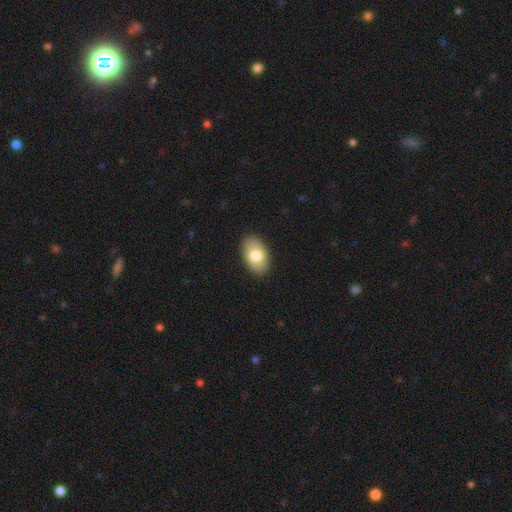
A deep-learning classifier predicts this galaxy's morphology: This appears to be a smooth galaxy with no disk features (76%) that is in between round and cigar-shaped (92%). Merging: none (89%).